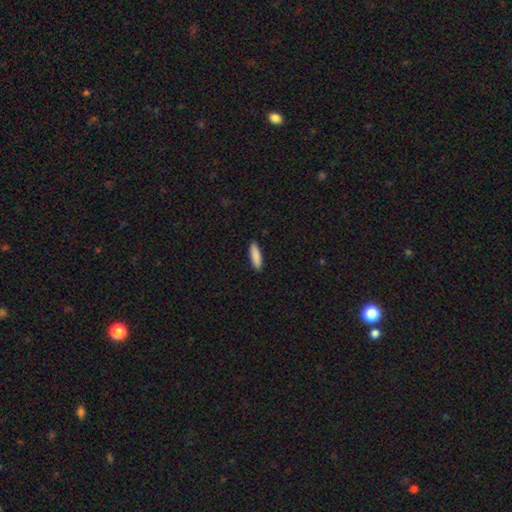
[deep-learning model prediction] This appears to be a smooth galaxy with no disk features (89%) that is cigar-shaped (63%). Merging: none (90%).